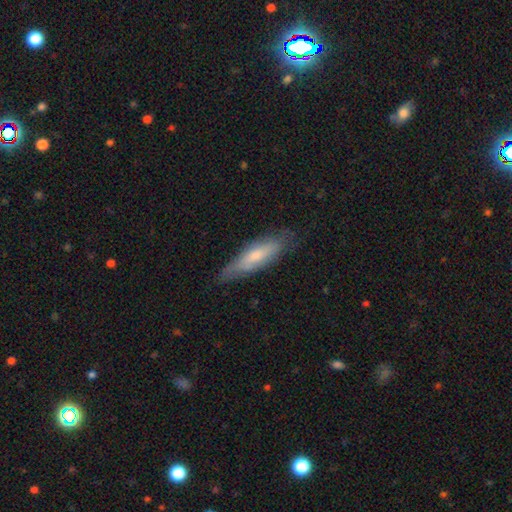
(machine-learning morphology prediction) A smooth galaxy with no disk features (58%) that is cigar-shaped (66%).

Vote fractions:
- Smooth or featured? smooth: 58% / featured or disk: 36% / star or artifact: 6%
- How rounded? cigar-shaped: 66% / in between: 33% / round: 2%
- Merging? none: 74% / minor disturbance: 21% / major disturbance: 4% / merger: 1%